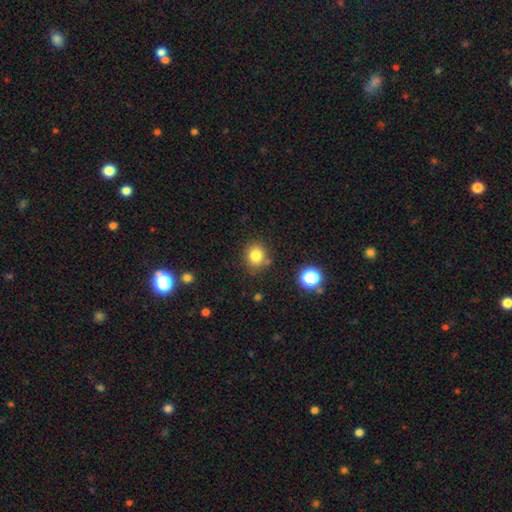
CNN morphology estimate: Overall: smooth (81%). How rounded: round (79%). Merging: none (79%).